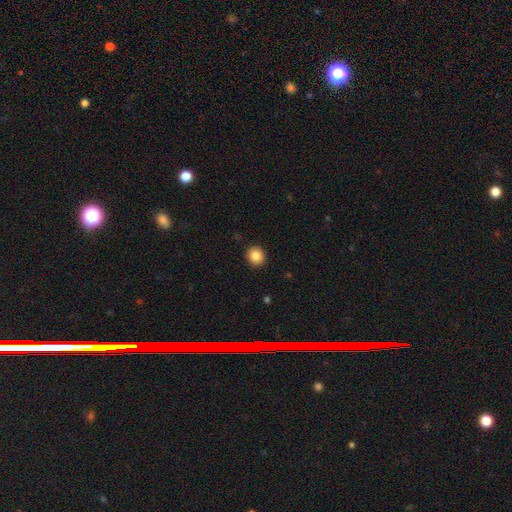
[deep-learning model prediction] A smooth galaxy with no disk features (86%) that is round (83%).

Vote fractions:
- Smooth or featured? smooth: 86% / star or artifact: 9% / featured or disk: 5%
- How rounded? round: 83% / in between: 16% / cigar-shaped: 1%
- Merging? none: 92% / minor disturbance: 6% / major disturbance: 2% / merger: 1%